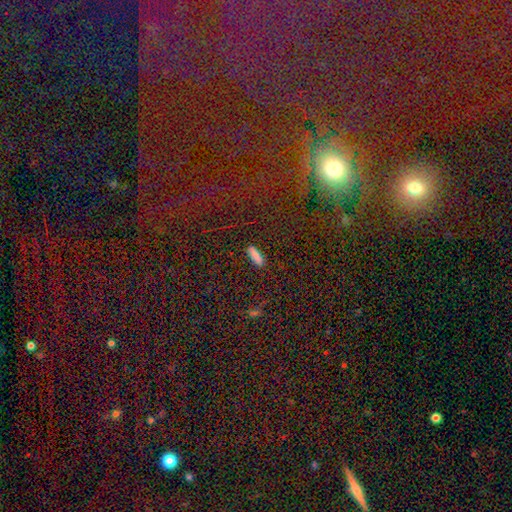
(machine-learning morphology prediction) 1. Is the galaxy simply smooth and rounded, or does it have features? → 73% smooth, 19% star or artifact, 8% featured or disk.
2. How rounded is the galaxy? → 52% in between, 43% cigar-shaped, 5% round.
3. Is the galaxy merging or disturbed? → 86% none, 9% minor disturbance, 3% major disturbance, 2% merger.